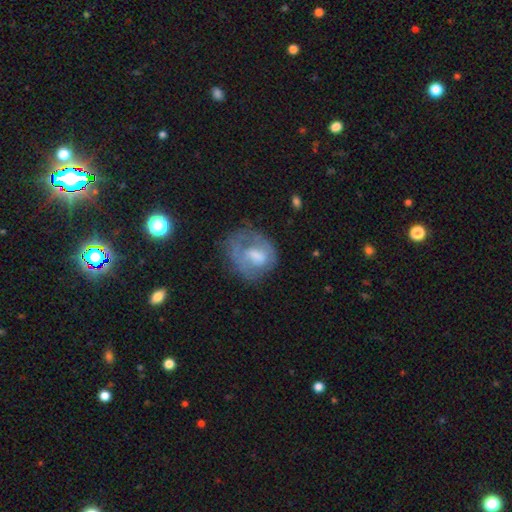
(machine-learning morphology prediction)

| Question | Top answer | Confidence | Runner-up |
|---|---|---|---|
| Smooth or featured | featured or disk | 52% | smooth (38%) |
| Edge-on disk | no | 96% | yes (4%) |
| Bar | no | 51% | weak (38%) |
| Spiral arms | no | 50% | tied: yes (50%) |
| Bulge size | moderate | 44% | small (21%) |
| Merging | none | 49% | minor disturbance (25%) |